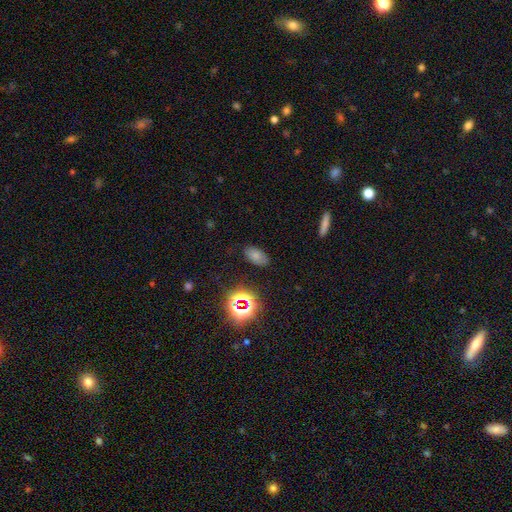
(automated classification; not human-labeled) smooth 71%, star or artifact 20%, featured or disk 10%. Down the decision tree: how rounded — in between (92%); merging — none (84%).